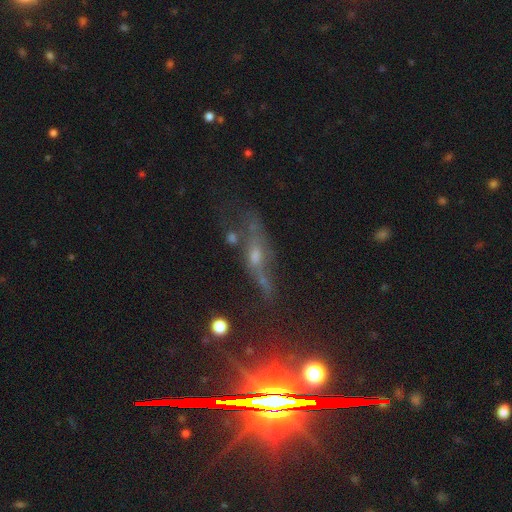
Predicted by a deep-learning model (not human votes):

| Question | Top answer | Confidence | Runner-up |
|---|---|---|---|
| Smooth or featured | featured or disk | 52% | smooth (29%) |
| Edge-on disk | no | 60% | yes (40%) |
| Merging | none | 42% | major disturbance (24%) |